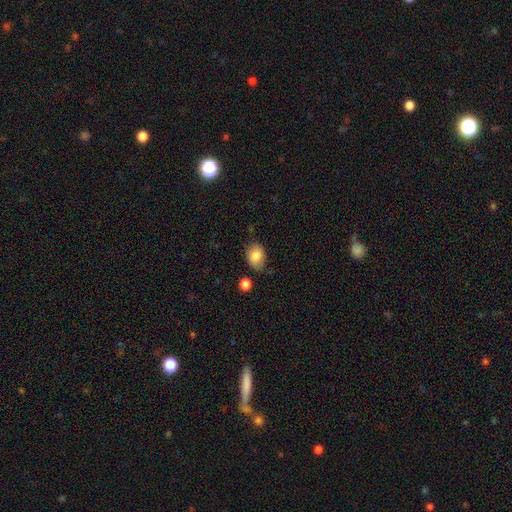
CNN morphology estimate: Smooth or featured: smooth — 83% (featured or disk — 9%)
How rounded: in between — 72% (round — 27%)
Merging: none — 72% (minor disturbance — 21%)